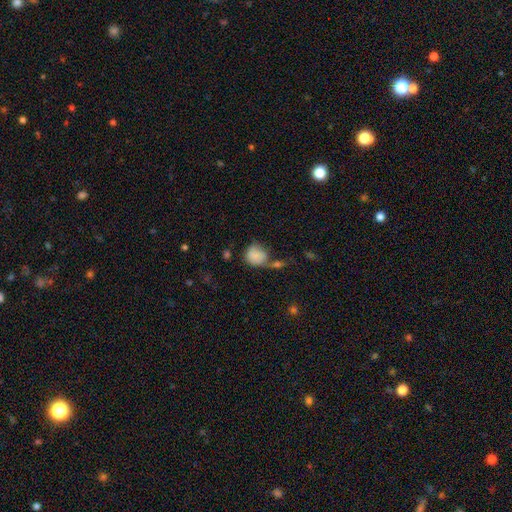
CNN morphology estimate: The model was most divided on "merging": none: 38%, merger: 25%, minor disturbance: 23%, major disturbance: 14%. More confident: smooth or featured — smooth (82%); how rounded — round (72%).